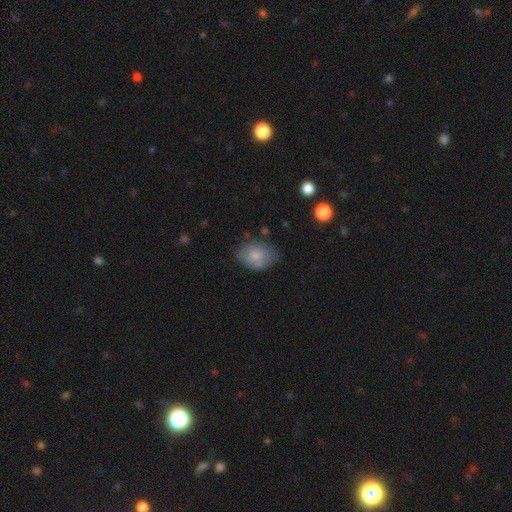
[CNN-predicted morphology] A smooth galaxy with no disk features (76%) that is in between round and cigar-shaped (73%). Merging: none (64%).